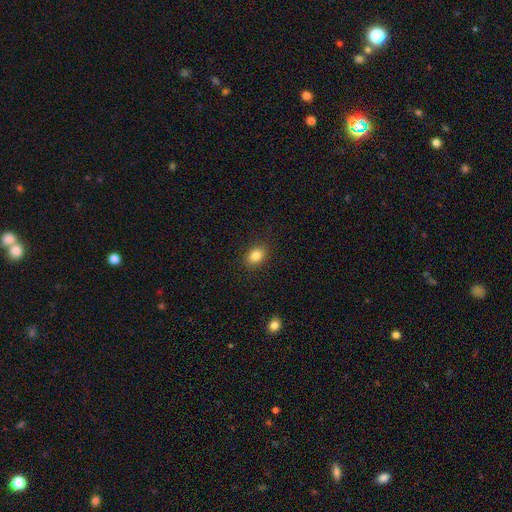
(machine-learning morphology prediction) Smooth or featured: smooth — 84% (star or artifact — 10%)
How rounded: in between — 73% (round — 26%)
Merging: none — 88% (minor disturbance — 8%)